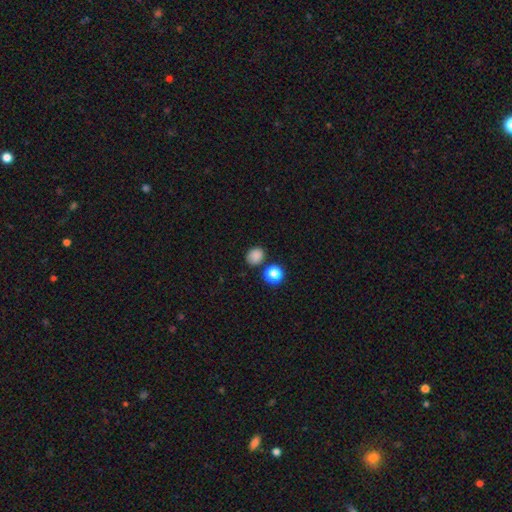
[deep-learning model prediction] Smooth or featured? Predicted: smooth (p=0.83). How rounded? Predicted: round (p=0.63). Merging? Predicted: none (p=0.80).